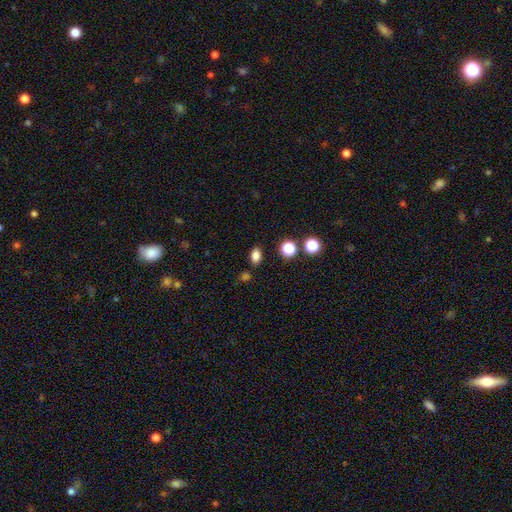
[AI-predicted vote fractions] Morphology: type=smooth (82%); roundness=in between (77%); merging=none (83%).